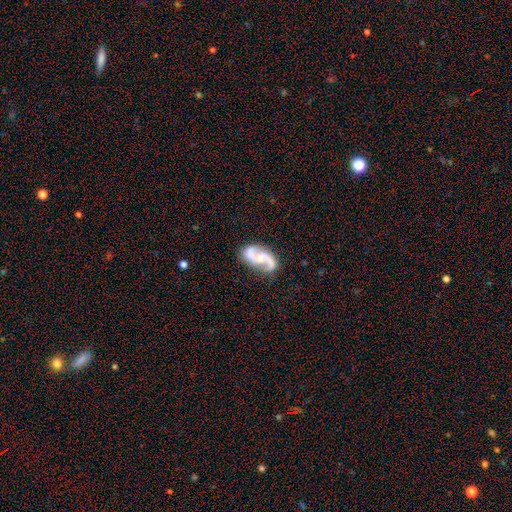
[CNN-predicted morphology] Smooth or featured?
  - featured or disk: 86% *
  - smooth: 9%
  - star or artifact: 5%
Edge-on disk?
  - no: 97% *
  - yes: 3%
Bar?
  - no: 51% *
  - weak: 37%
  - strong: 12%
Spiral arms?
  - yes: 96% *
  - no: 4%
Spiral winding?
  - loose: 50% *
  - medium: 39%
  - tight: 11%
Spiral arm count?
  - 2: 92% *
  - can't tell: 2%
  - 1: 2%
  - 3: 1%
  - 4: 1%
  - more than 4: 1%
Bulge size?
  - small: 46% *
  - moderate: 35%
  - none: 14%
  - large: 3%
  - dominant: 1%
Merging?
  - none: 70% *
  - minor disturbance: 18%
  - major disturbance: 8%
  - merger: 4%